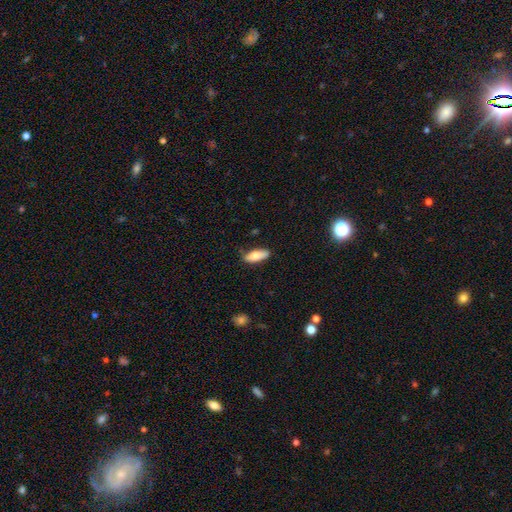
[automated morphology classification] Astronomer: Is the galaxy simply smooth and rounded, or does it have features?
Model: smooth — 78%.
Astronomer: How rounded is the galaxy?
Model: in between — 73%.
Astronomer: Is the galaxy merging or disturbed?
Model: none — 78%.